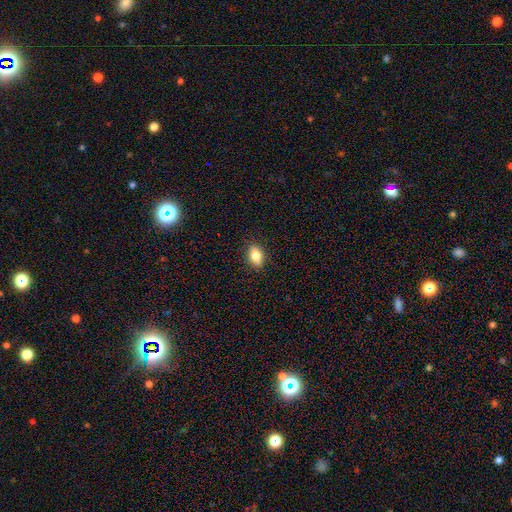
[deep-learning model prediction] smooth_or_featured: smooth (p=0.81) [alt: featured or disk p=0.11]
how_rounded: in between (p=0.86) [alt: round p=0.09]
merging: none (p=0.88) [alt: minor disturbance p=0.09]